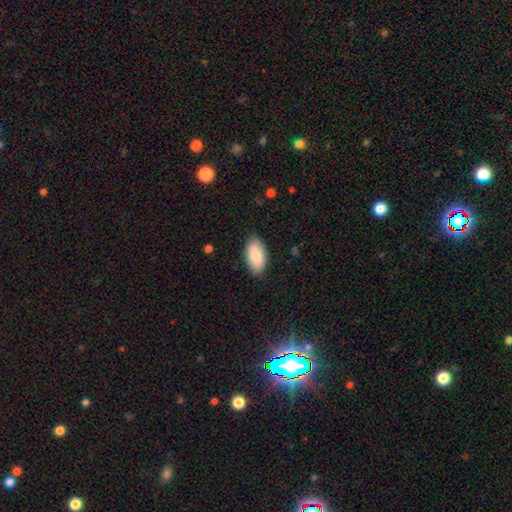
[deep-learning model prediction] The model was most divided on "smooth or featured": smooth: 80%, featured or disk: 14%, star or artifact: 6%. More confident: how rounded — in between (95%); merging — none (86%).